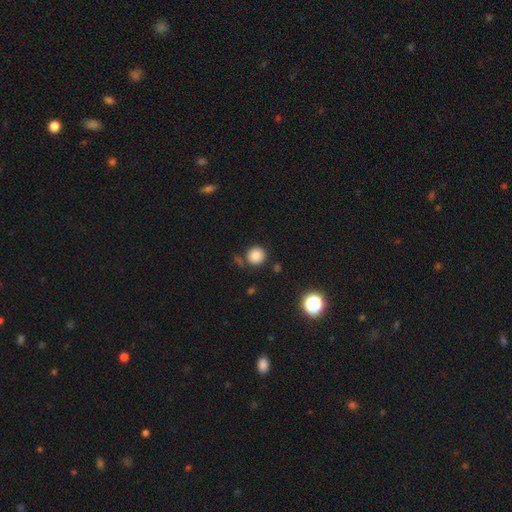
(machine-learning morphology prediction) Smooth or featured: smooth — 83% (star or artifact — 12%)
How rounded: round — 93% (in between — 6%)
Merging: none — 81% (minor disturbance — 9%)